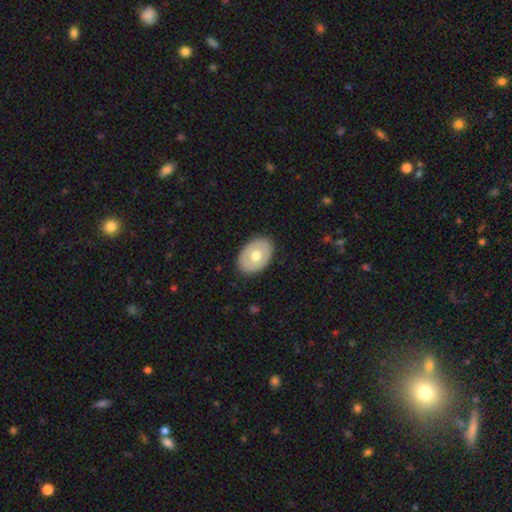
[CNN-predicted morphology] smooth 55%, featured or disk 39%, star or artifact 5%. Down the decision tree: how rounded — in between (78%); merging — none (86%).